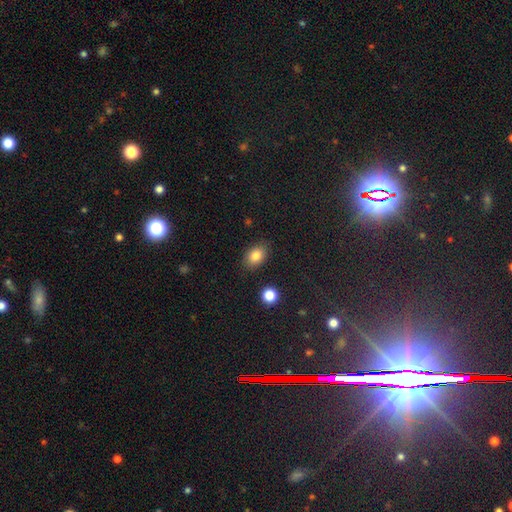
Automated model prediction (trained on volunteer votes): A smooth galaxy with no disk features (83%) that is in between round and cigar-shaped (81%). Merging: none (84%).